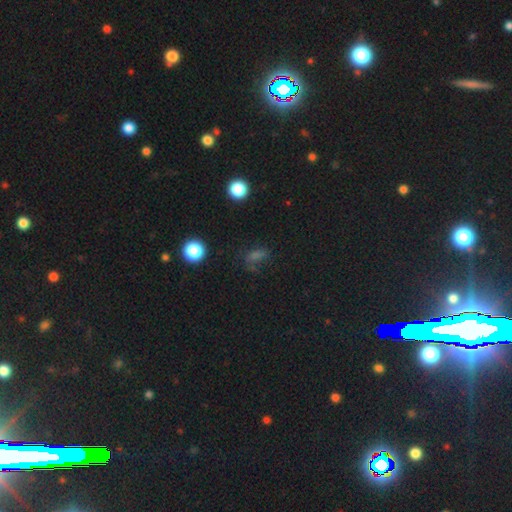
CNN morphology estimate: This appears to be a smooth galaxy with no disk features (48%). Merging: none (58%).